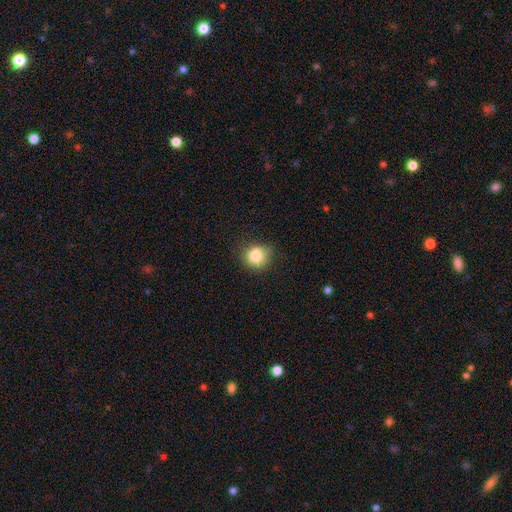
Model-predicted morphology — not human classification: smooth_or_featured: smooth (p=0.83) [alt: star or artifact p=0.10]
how_rounded: round (p=0.84) [alt: in between p=0.15]
merging: none (p=0.76) [alt: minor disturbance p=0.19]